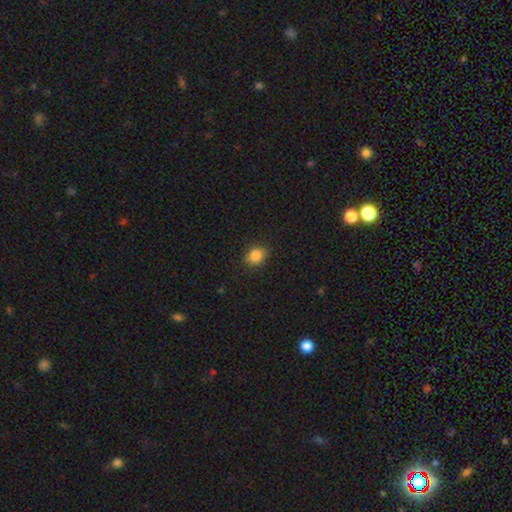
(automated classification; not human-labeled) Smooth or featured? smooth (83%)
How rounded? round (60%)
Merging? none (84%)